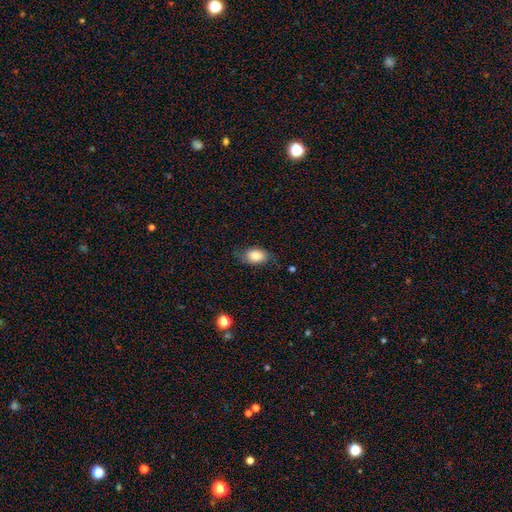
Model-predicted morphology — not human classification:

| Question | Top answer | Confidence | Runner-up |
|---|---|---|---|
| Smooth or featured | smooth | 84% | featured or disk (9%) |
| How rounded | in between | 89% | round (9%) |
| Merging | none | 72% | minor disturbance (21%) |